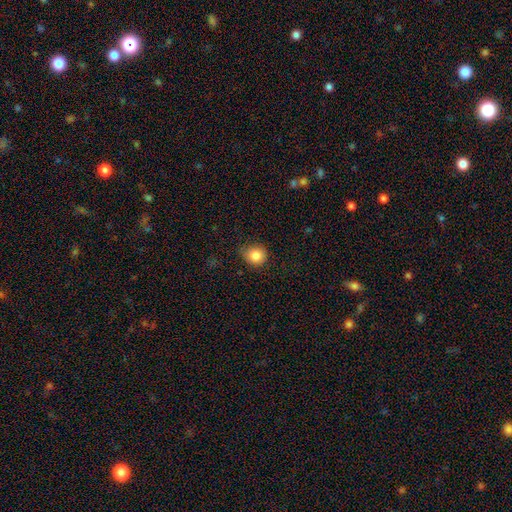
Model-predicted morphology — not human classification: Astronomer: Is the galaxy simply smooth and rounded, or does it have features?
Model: smooth — 84%.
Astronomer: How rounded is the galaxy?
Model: round — 87%.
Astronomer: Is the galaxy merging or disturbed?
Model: none — 80%.